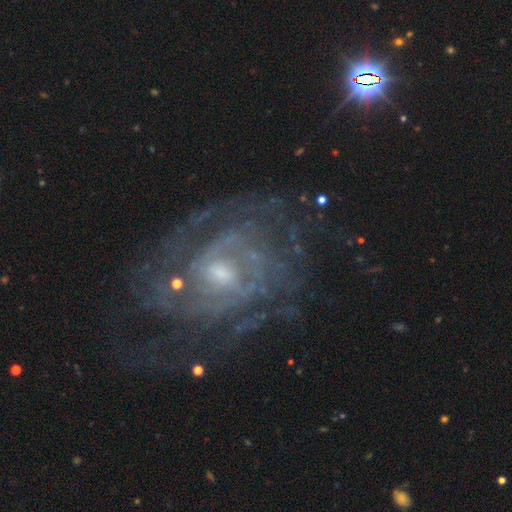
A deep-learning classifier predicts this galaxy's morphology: Smooth or featured? Predicted: featured or disk (p=0.88). Edge-on disk? Predicted: no (p=0.97). Bar? Predicted: weak (p=0.44). Spiral arms? Predicted: yes (p=0.95). Spiral winding? Predicted: tight (p=0.63). Spiral arm count? Predicted: can't tell (p=0.35). Bulge size? Predicted: small (p=0.51). Merging? Predicted: none (p=0.69).